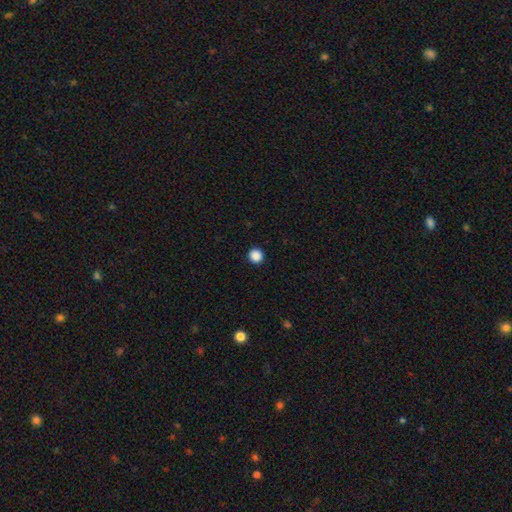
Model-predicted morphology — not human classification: A smooth galaxy with no disk features (88%) that is round (94%). Merging: none (93%).